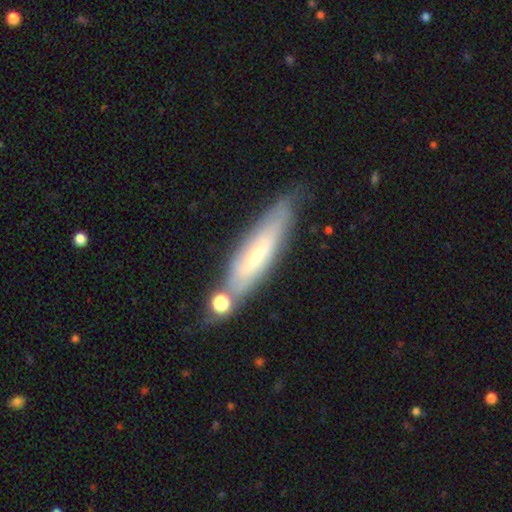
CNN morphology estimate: smooth-or-featured: featured or disk: 47% | smooth: 46% | star or artifact: 7%
  merging: none: 62% | minor disturbance: 19% | merger: 12% | major disturbance: 6%